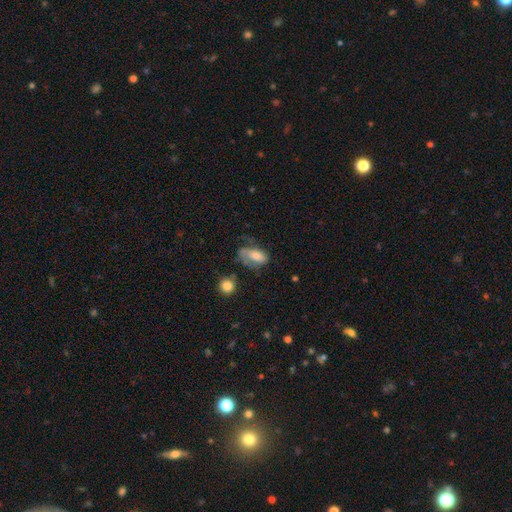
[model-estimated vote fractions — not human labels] smooth 59%, featured or disk 32%, star or artifact 9%. Down the decision tree: how rounded — in between (89%); merging — major disturbance (33%, tied with none).